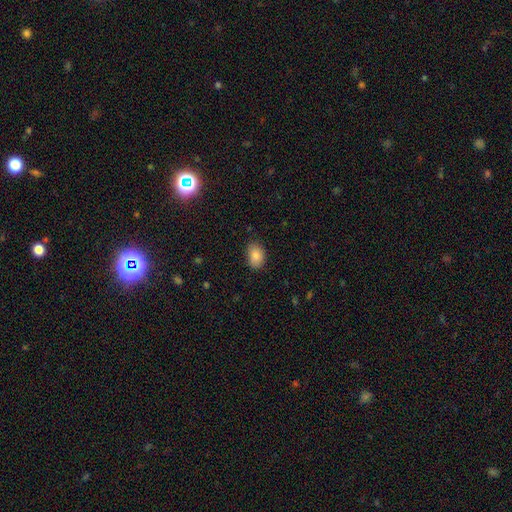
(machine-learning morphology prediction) smooth 85%, star or artifact 8%, featured or disk 7%. Down the decision tree: how rounded — in between (79%); merging — none (82%).